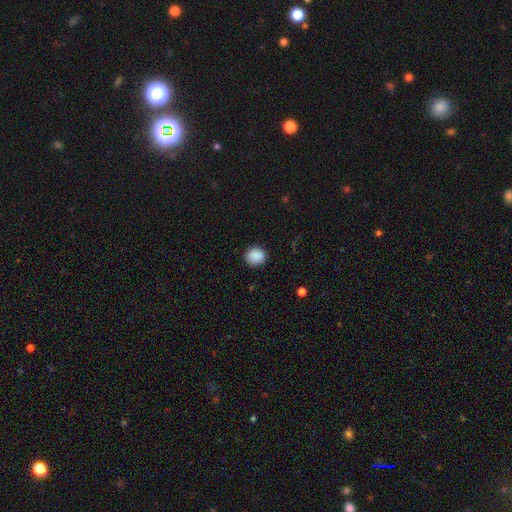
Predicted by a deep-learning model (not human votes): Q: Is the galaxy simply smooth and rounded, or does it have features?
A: smooth — 89%.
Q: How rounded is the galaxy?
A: round — 78%.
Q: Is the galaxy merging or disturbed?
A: none — 88%.